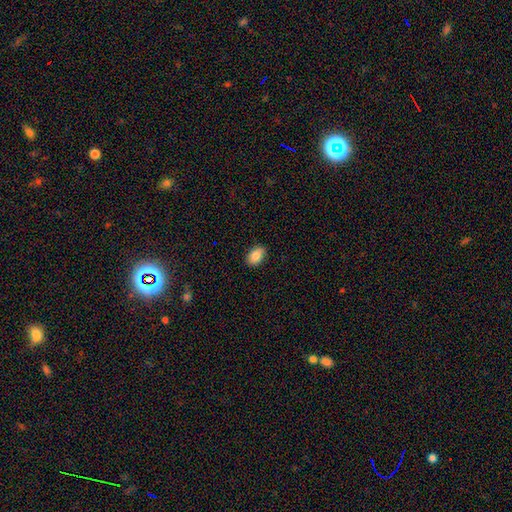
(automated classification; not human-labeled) Smooth or featured: smooth — 85% (star or artifact — 8%)
How rounded: in between — 85% (round — 14%)
Merging: none — 86% (minor disturbance — 11%)